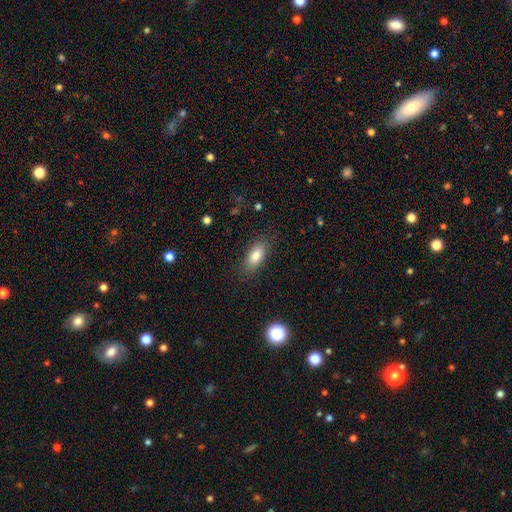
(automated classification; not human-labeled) smooth_or_featured: smooth (p=0.82) [alt: featured or disk p=0.10]
how_rounded: in between (p=0.84) [alt: cigar-shaped p=0.12]
merging: none (p=0.84) [alt: minor disturbance p=0.12]